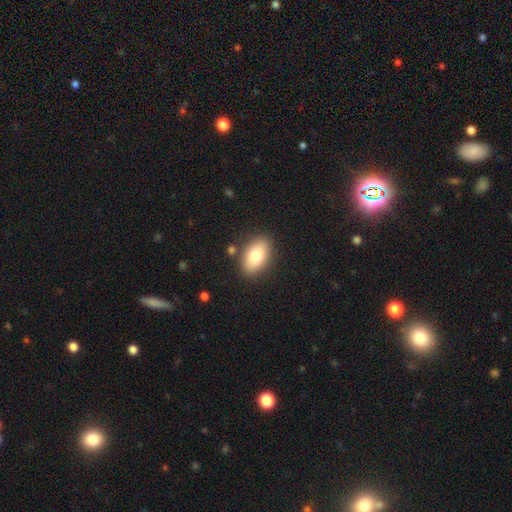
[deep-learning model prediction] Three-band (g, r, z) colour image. It shows a smooth galaxy with no disk features (78%) that is in between round and cigar-shaped (92%). Merging: none (85%).